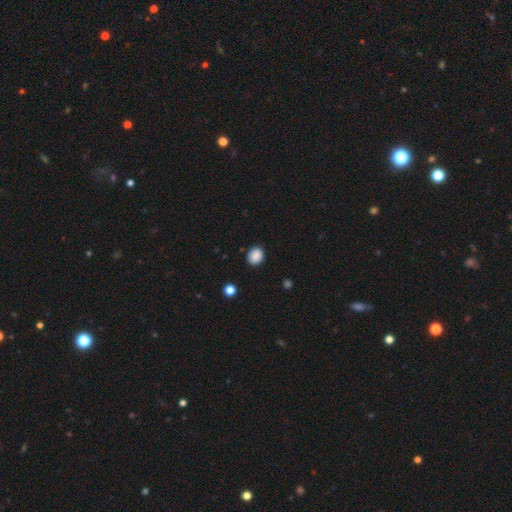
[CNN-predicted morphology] A smooth galaxy with no disk features (88%) that is round (66%). Merging: none (87%).